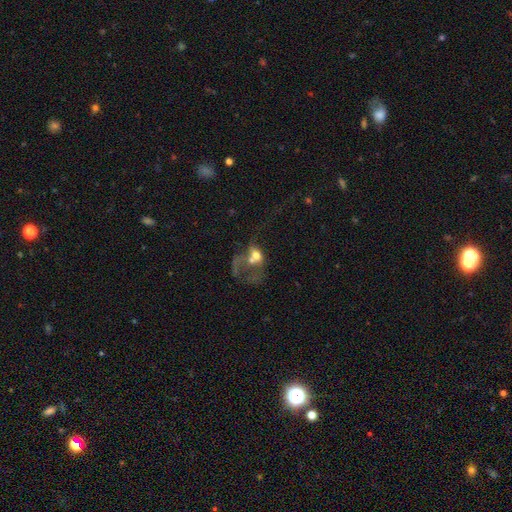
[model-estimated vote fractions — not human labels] Smooth or featured: featured or disk — 47% (smooth — 41%)
Merging: merger — 55% (major disturbance — 29%)